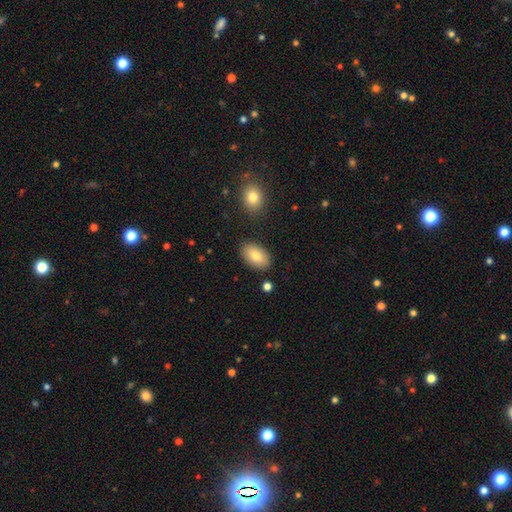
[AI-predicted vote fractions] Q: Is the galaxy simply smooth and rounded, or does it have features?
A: smooth — 81%.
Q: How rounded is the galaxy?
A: in between — 93%.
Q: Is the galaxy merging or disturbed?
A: none — 85%.